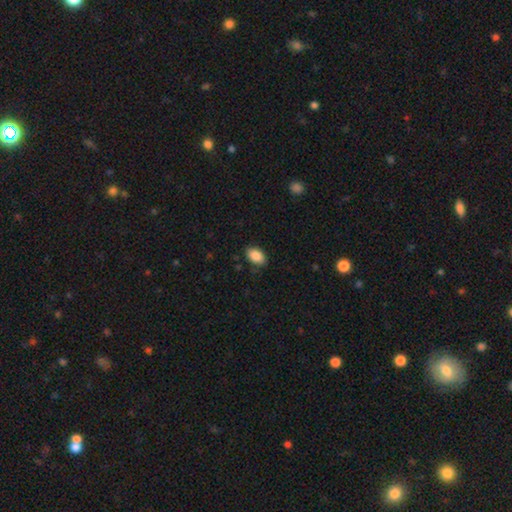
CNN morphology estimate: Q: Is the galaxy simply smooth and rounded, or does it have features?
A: smooth — 89%.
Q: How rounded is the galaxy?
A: in between — 90%.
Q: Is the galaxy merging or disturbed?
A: none — 85%.